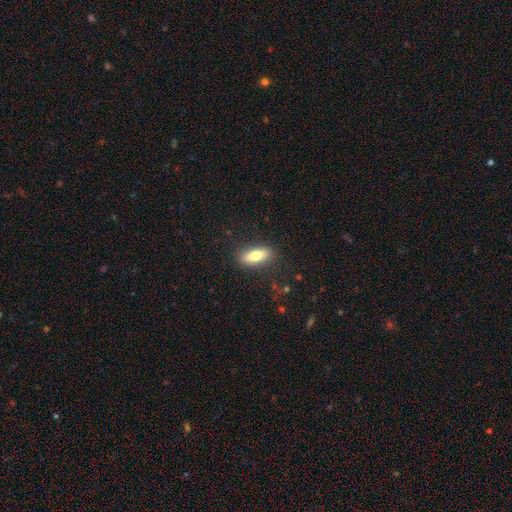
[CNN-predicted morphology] Smooth or featured: smooth — 71% (featured or disk — 22%)
How rounded: in between — 65% (cigar-shaped — 31%)
Merging: none — 86% (minor disturbance — 10%)